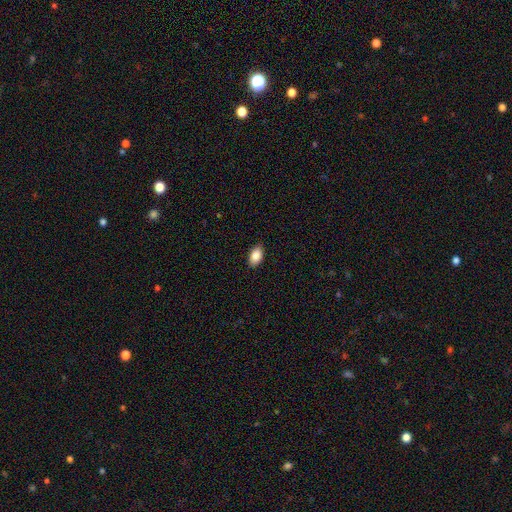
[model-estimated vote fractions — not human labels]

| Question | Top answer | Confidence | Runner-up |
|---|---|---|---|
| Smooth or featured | smooth | 87% | star or artifact (7%) |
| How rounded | in between | 92% | round (6%) |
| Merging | none | 87% | minor disturbance (10%) |